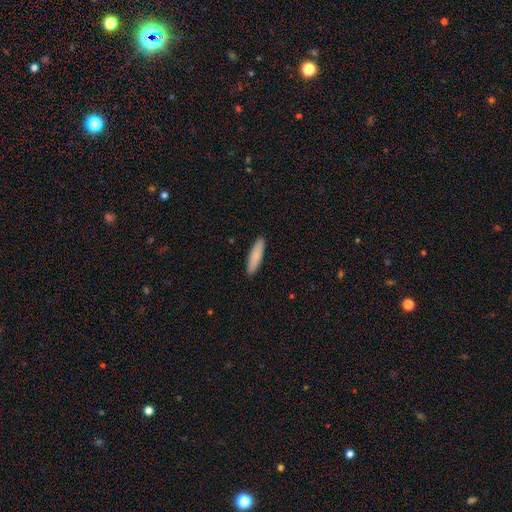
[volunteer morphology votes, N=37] This is clearly a smooth galaxy (89%). How rounded: likely cigar-shaped (73%). Merging: clearly none (94%).